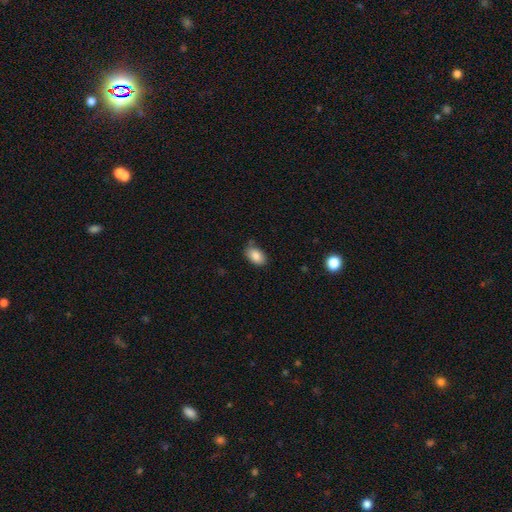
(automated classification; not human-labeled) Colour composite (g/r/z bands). It shows a smooth galaxy with no disk features (86%) that is in between round and cigar-shaped (89%). Merging: none (73%).